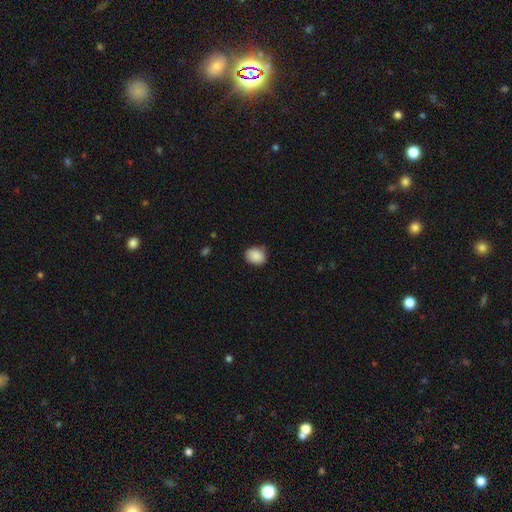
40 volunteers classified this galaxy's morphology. A smooth galaxy with no disk features (92%) that is in between round and cigar-shaped (65%).

Vote fractions:
- Smooth or featured? smooth: 92% / star or artifact: 5% / featured or disk: 2%
- How rounded? in between: 65% / round: 35% / cigar-shaped: 0%
- Merging? none: 63% / minor disturbance: 29% / major disturbance: 8% / merger: 0%